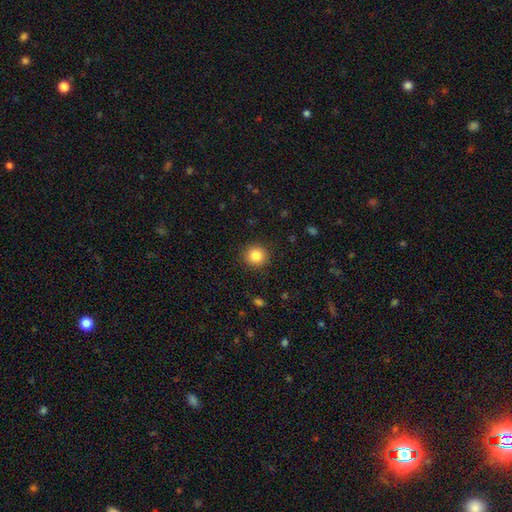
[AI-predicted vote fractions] Smooth or featured? smooth (84%)
How rounded? round (93%)
Merging? none (91%)